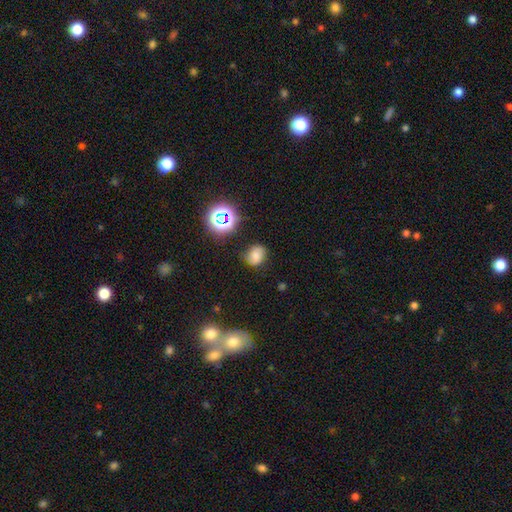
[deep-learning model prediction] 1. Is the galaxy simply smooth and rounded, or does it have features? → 68% smooth, 19% star or artifact, 13% featured or disk.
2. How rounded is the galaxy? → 53% round, 46% in between, 1% cigar-shaped.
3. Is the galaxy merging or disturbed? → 69% none, 22% minor disturbance, 7% major disturbance, 2% merger.